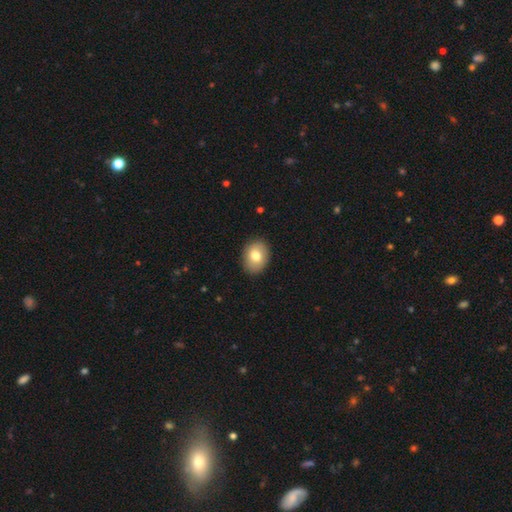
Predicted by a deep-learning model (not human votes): smooth 80%, featured or disk 13%, star or artifact 8%. Down the decision tree: how rounded — in between (64%); merging — none (89%).